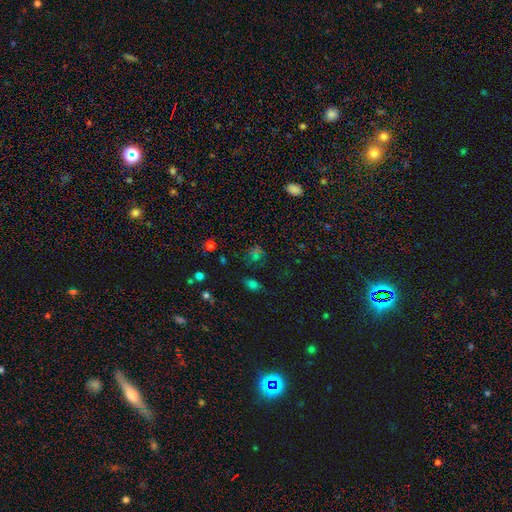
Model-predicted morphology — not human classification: smooth-or-featured: smooth: 49% | star or artifact: 41% | featured or disk: 10%
  merging: none: 62% | minor disturbance: 17% | merger: 11% | major disturbance: 10%